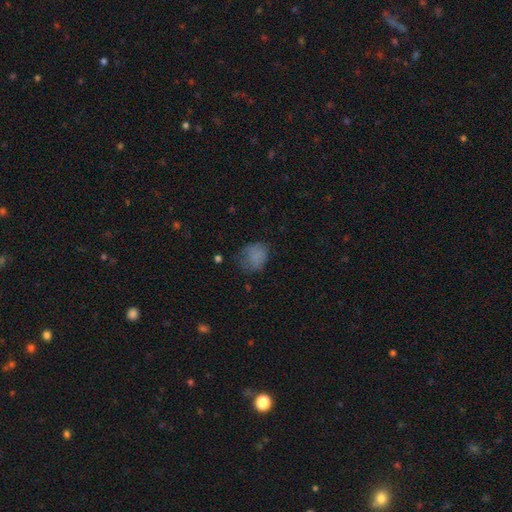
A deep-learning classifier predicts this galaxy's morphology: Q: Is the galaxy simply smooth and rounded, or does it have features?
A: smooth — 76%.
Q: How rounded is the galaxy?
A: round — 55%.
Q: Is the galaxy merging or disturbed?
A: none — 46%.